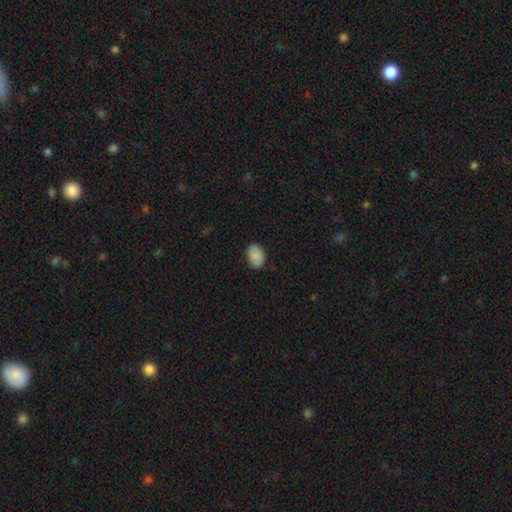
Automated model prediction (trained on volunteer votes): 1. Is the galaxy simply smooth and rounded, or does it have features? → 85% smooth, 8% featured or disk, 7% star or artifact.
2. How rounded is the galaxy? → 82% in between, 17% round, 1% cigar-shaped.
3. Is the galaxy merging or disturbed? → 82% none, 14% minor disturbance, 3% major disturbance, 1% merger.